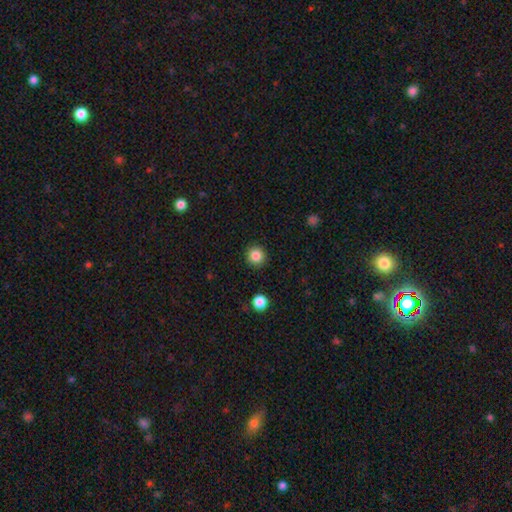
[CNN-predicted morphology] This appears to be a smooth galaxy with no disk features (85%) that is round (94%). Merging: none (92%).